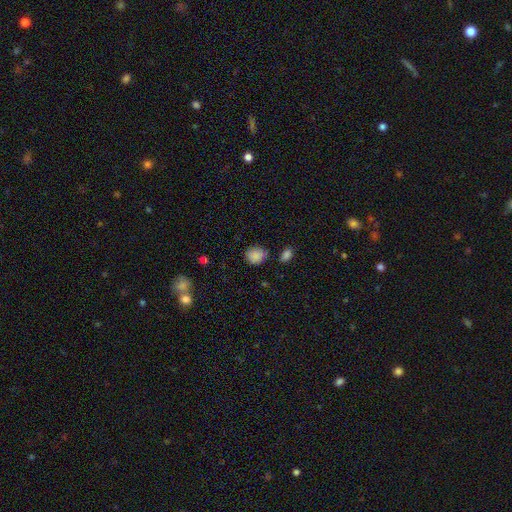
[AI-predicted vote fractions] A smooth galaxy with no disk features (87%) that is round (71%). Merging: none (73%).